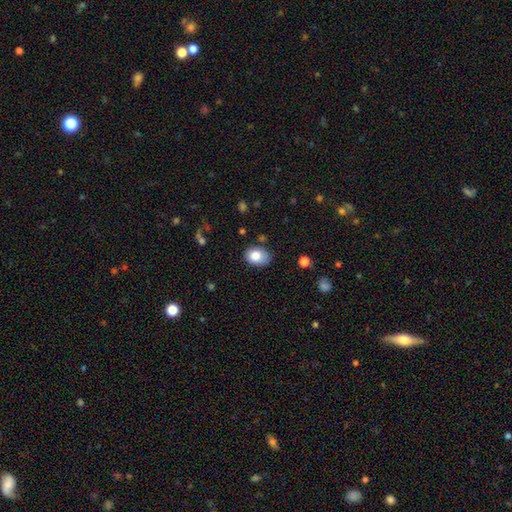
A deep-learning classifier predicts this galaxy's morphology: Overall: smooth (83%). How rounded: in between (74%). Merging: none (72%).